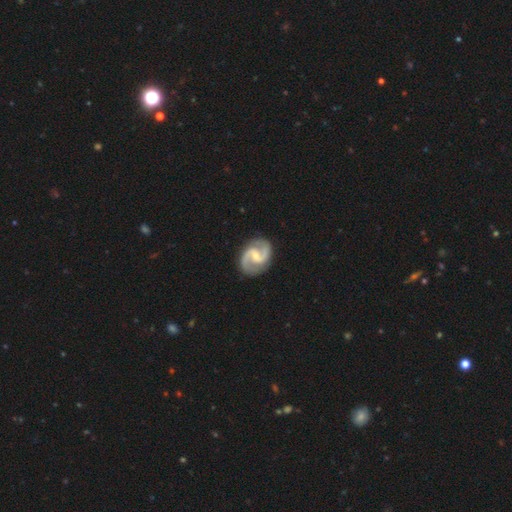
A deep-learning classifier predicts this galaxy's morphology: smooth-or-featured: featured or disk: 92% | smooth: 5% | star or artifact: 4%
  disk-edge-on: no: 98% | yes: 2%
    bar: weak: 51% | no: 28% | strong: 21%
    has-spiral-arms: yes: 98% | no: 2%
      spiral-winding: medium: 61% | loose: 22% | tight: 17%
      spiral-arm-count: 2: 94% | can't tell: 2% | 3: 1% | 1: 1% | 4: 1% | more than 4: 1%
    bulge-size: small: 55% | moderate: 38% | none: 5% | large: 2% | dominant: 1%
  merging: none: 87% | minor disturbance: 9% | major disturbance: 3% | merger: 1%